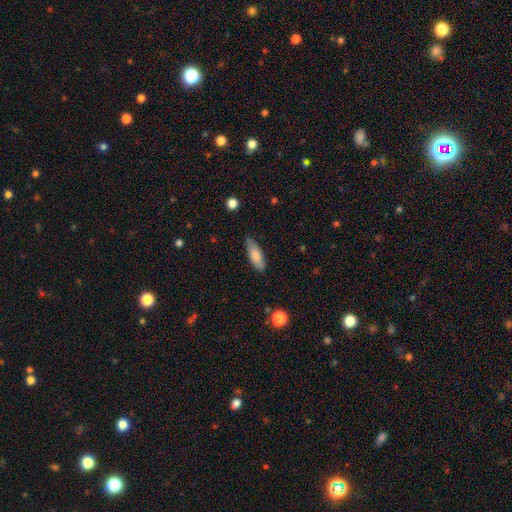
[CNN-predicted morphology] This appears to be a smooth galaxy with no disk features (81%) that is in between round and cigar-shaped (61%). Merging: none (82%).